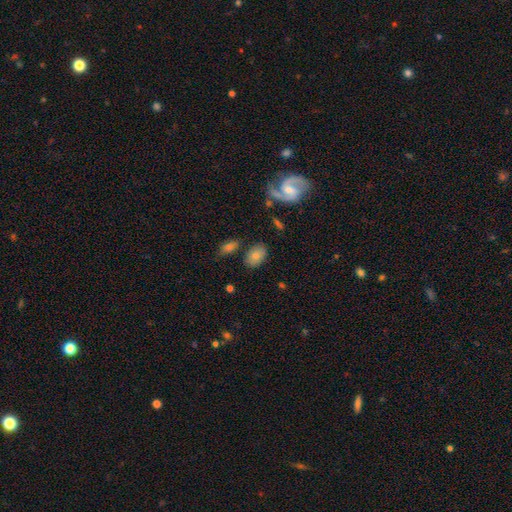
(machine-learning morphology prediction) Smooth or featured? Predicted: smooth (p=0.75). How rounded? Predicted: in between (p=0.86). Merging? Predicted: none (p=0.77).